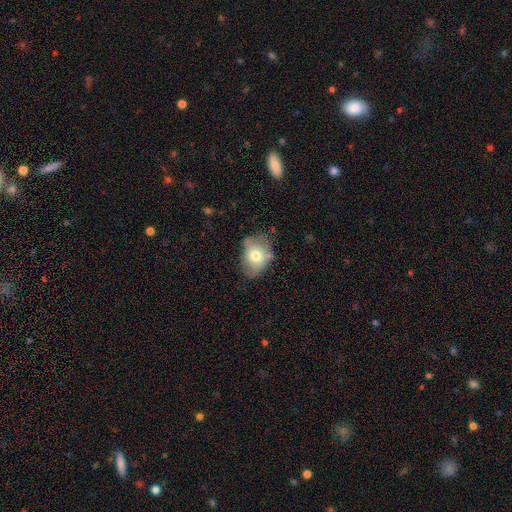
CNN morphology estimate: smooth 67%, featured or disk 25%, star or artifact 8%. Down the decision tree: how rounded — in between (71%); merging — none (56%).